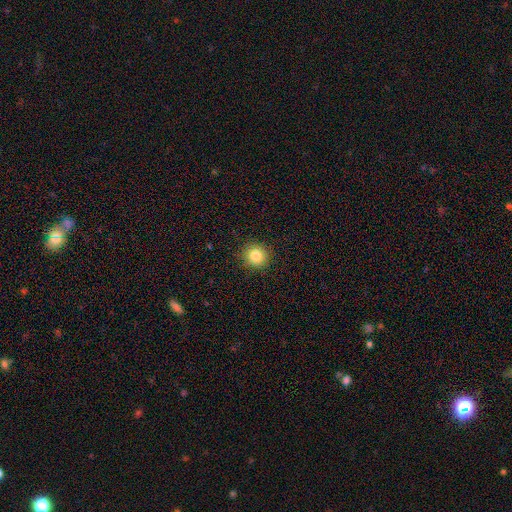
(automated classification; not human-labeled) The model was most divided on "smooth or featured": smooth: 84%, star or artifact: 11%, featured or disk: 6%. More confident: how rounded — round (92%); merging — none (91%).